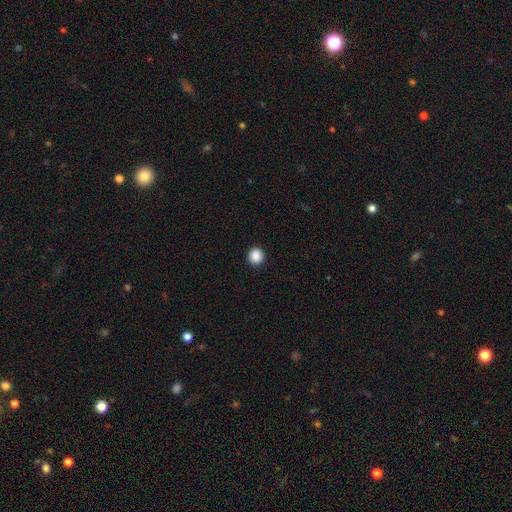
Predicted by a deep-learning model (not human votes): This is clearly a smooth galaxy (89%). How rounded: clearly round (91%). Merging: clearly none (93%).